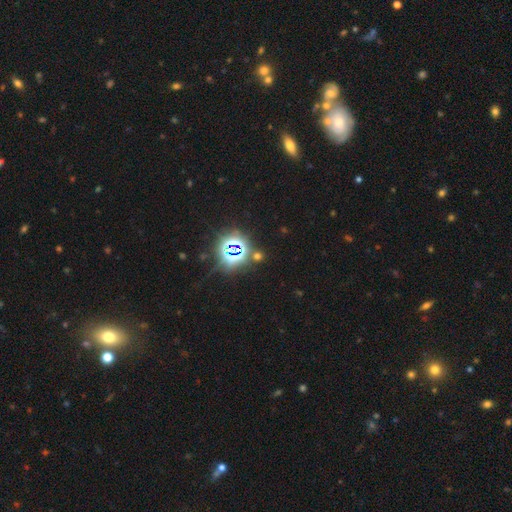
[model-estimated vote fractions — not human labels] Smooth or featured? star or artifact (78%)